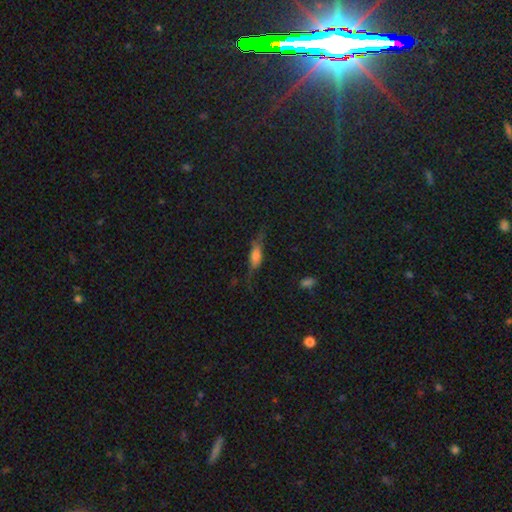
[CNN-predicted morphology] Q: Smooth or featured?
A: smooth (54%); runner-up: featured or disk (36%)
Q: How rounded?
A: in between (53%); runner-up: cigar-shaped (43%)
Q: Merging?
A: none (56%); runner-up: minor disturbance (25%)